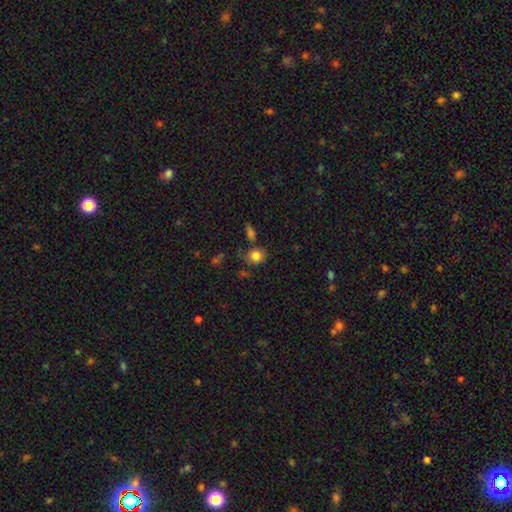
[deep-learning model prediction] Overall: smooth (81%). How rounded: round (72%). Merging: none (59%; minor disturbance 20%).